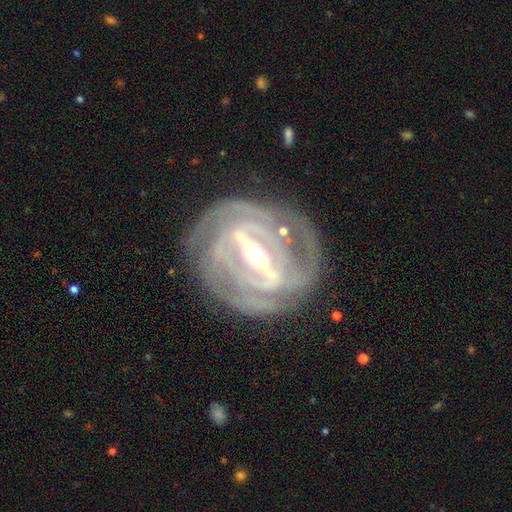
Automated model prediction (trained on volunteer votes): Overall: featured or disk (90%). Edge-on disk: no (92%). Bar: strong (82%). Spiral arms: yes (93%). Spiral arm count: can't tell (26%; 2 24%). Spiral winding: tight (78%). Bulge size: moderate (59%; small 33%). Merging: none (79%).